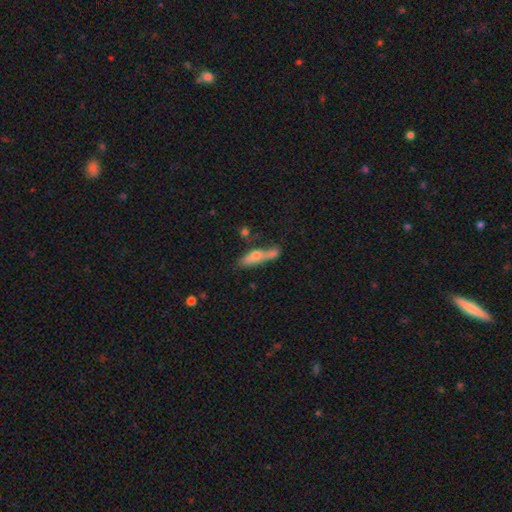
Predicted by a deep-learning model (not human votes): Smooth or featured: smooth — 59% (featured or disk — 33%)
How rounded: cigar-shaped — 67% (in between — 30%)
Merging: none — 42% (minor disturbance — 23%)